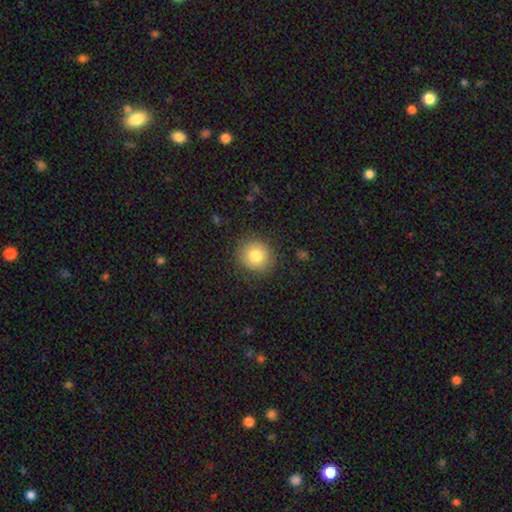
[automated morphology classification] Smooth or featured? smooth (80%)
How rounded? round (86%)
Merging? none (86%)